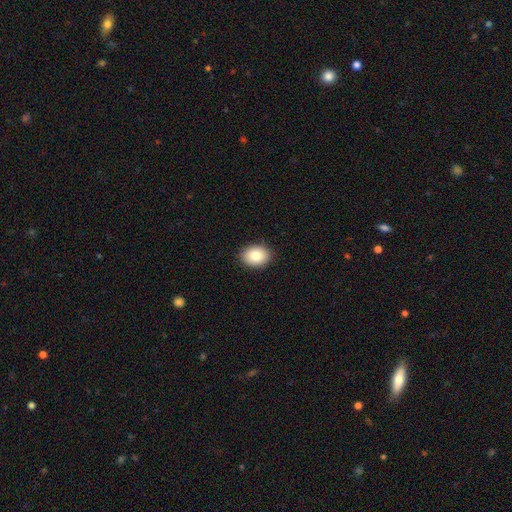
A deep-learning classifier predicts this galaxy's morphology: smooth-or-featured: smooth: 84% | star or artifact: 8% | featured or disk: 8%
  how-rounded: in between: 63% | round: 37% | cigar-shaped: 1%
  merging: none: 90% | minor disturbance: 7% | major disturbance: 2% | merger: 1%